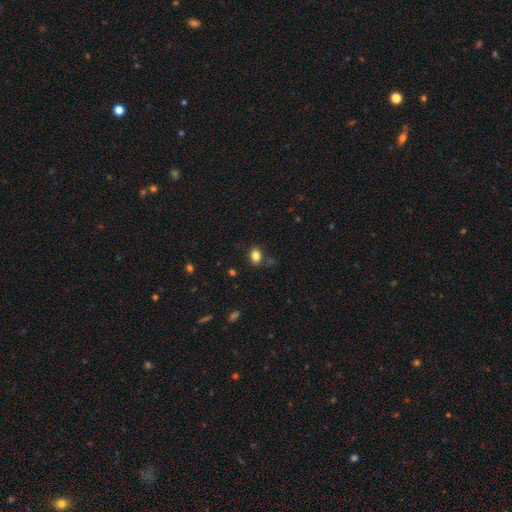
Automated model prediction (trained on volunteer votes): smooth_or_featured: smooth (p=0.83) [alt: star or artifact p=0.11]
how_rounded: in between (p=0.72) [alt: round p=0.27]
merging: none (p=0.80) [alt: minor disturbance p=0.13]